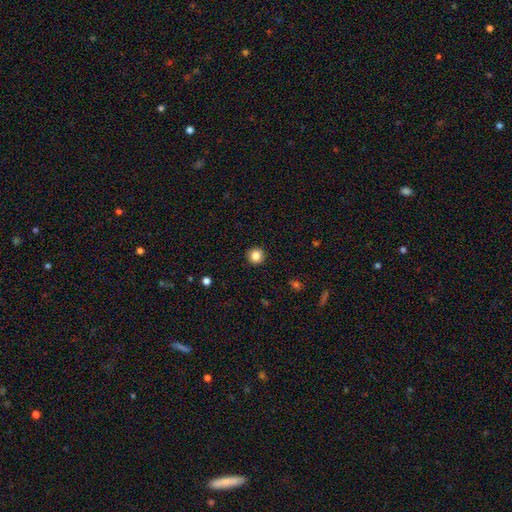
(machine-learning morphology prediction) Smooth or featured? smooth (85%)
How rounded? round (94%)
Merging? none (92%)